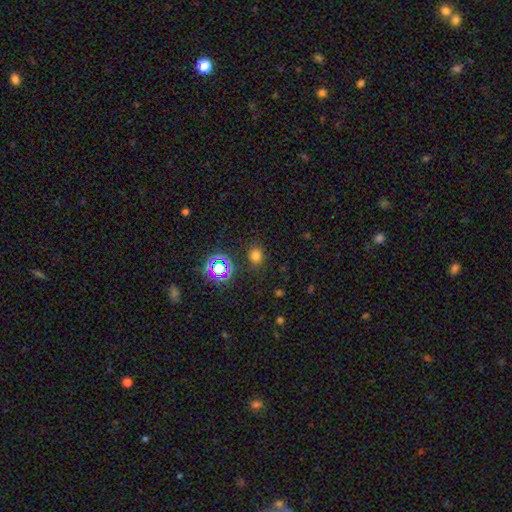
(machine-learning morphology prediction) smooth 70%, star or artifact 25%, featured or disk 6%. Down the decision tree: how rounded — round (66%); merging — none (84%).